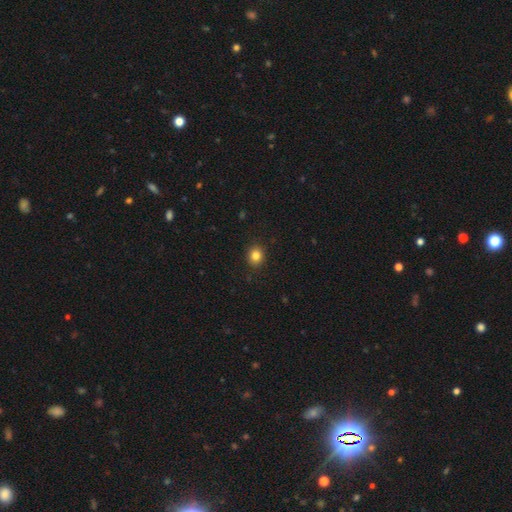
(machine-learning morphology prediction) Smooth or featured? Predicted: smooth (p=0.83). How rounded? Predicted: round (p=0.74). Merging? Predicted: none (p=0.90).